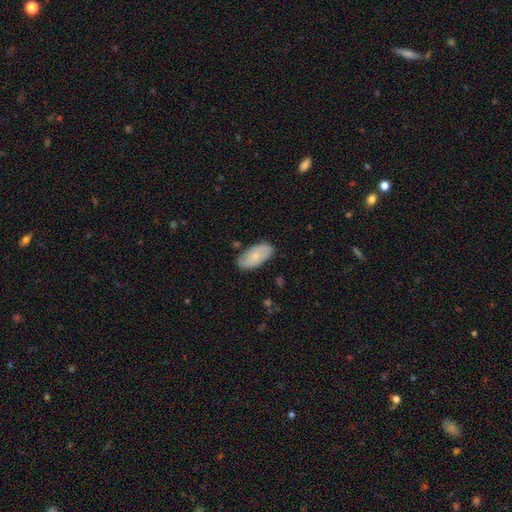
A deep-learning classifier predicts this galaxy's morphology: This appears to be a smooth galaxy with no disk features (70%) that is in between round and cigar-shaped (94%). Merging: none (78%).